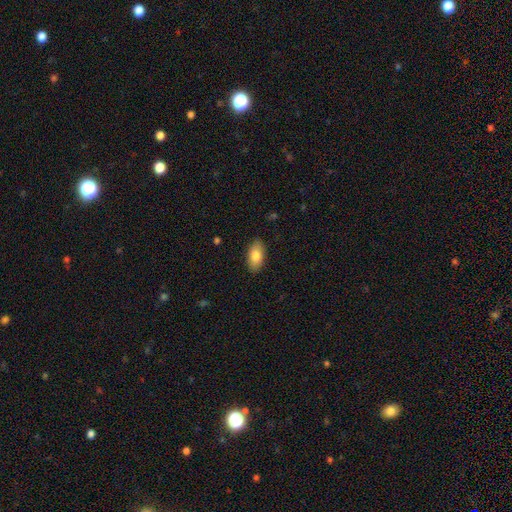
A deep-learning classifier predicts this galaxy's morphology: Smooth or featured: smooth — 81% (featured or disk — 13%)
How rounded: in between — 92% (cigar-shaped — 4%)
Merging: none — 88% (minor disturbance — 9%)